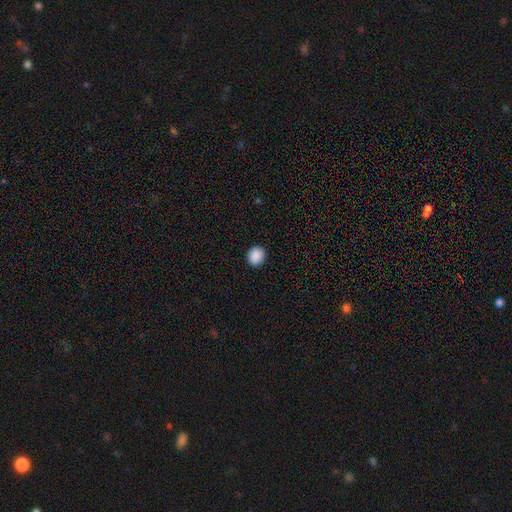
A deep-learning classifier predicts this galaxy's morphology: smooth_or_featured: smooth (p=0.90) [alt: star or artifact p=0.08]
how_rounded: round (p=0.73) [alt: in between p=0.26]
merging: none (p=0.92) [alt: minor disturbance p=0.06]